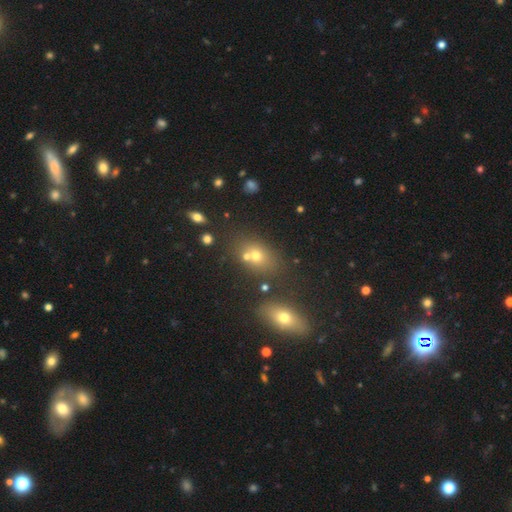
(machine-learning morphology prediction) smooth-or-featured: smooth: 62% | star or artifact: 21% | featured or disk: 17%
  how-rounded: in between: 55% | round: 43% | cigar-shaped: 3%
  merging: none: 54% | merger: 31% | minor disturbance: 10% | major disturbance: 5%